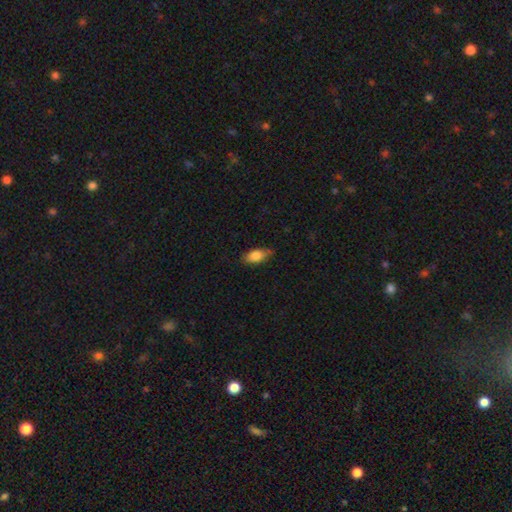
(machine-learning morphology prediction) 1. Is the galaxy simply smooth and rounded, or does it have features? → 81% smooth, 13% featured or disk, 6% star or artifact.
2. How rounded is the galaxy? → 86% in between, 11% cigar-shaped, 3% round.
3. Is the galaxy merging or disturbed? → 76% none, 19% minor disturbance, 3% major disturbance, 1% merger.